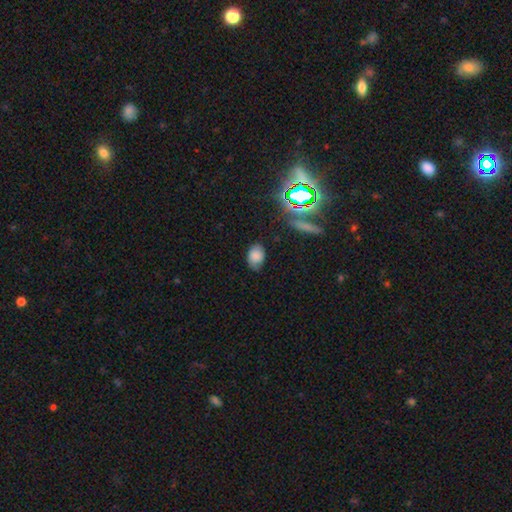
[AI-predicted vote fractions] Overall: smooth (78%). How rounded: in between (77%). Merging: none (72%).